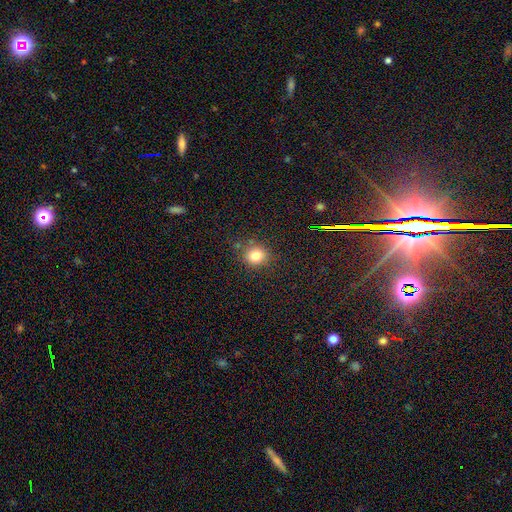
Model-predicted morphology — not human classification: smooth_or_featured: smooth (p=0.80) [alt: star or artifact p=0.14]
how_rounded: round (p=0.80) [alt: in between p=0.19]
merging: none (p=0.81) [alt: minor disturbance p=0.12]